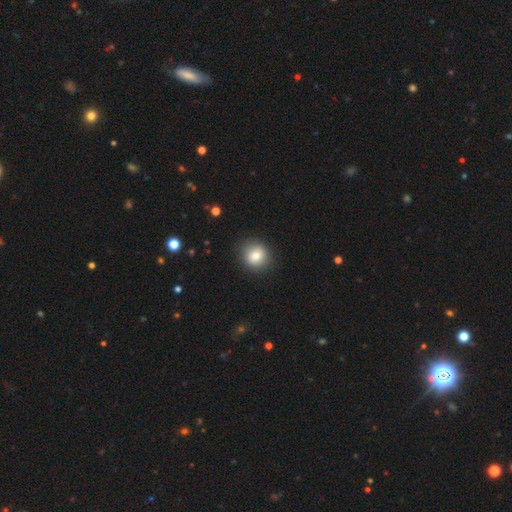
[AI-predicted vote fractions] Overall: smooth (80%). How rounded: round (84%). Merging: none (86%).